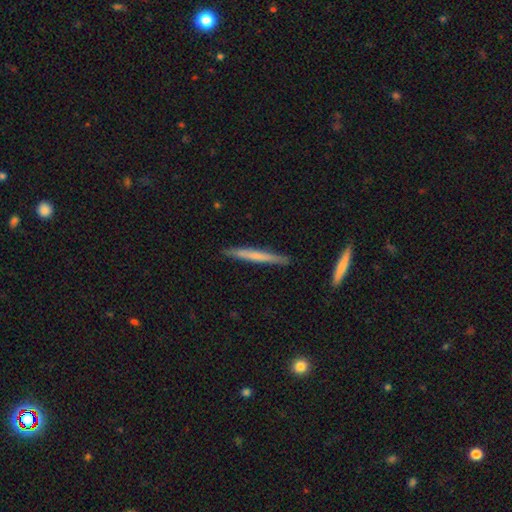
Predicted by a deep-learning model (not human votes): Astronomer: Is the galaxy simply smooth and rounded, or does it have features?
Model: smooth — 55% (runner-up: featured or disk, 39%).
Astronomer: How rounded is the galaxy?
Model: cigar-shaped — 97%.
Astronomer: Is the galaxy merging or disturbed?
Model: none — 89%.